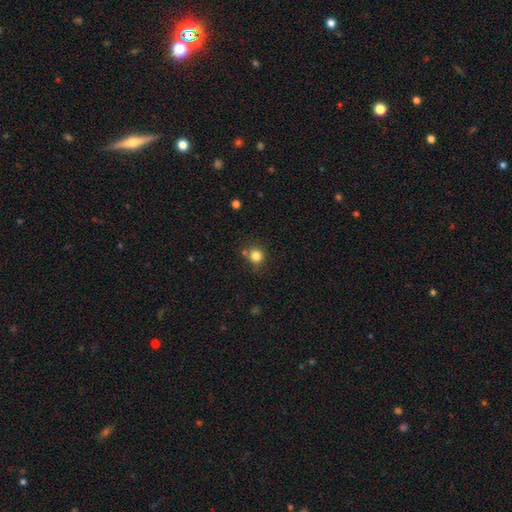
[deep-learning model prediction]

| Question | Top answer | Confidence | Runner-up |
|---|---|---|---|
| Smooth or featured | smooth | 82% | star or artifact (12%) |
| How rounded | round | 90% | in between (9%) |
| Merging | none | 75% | minor disturbance (12%) |